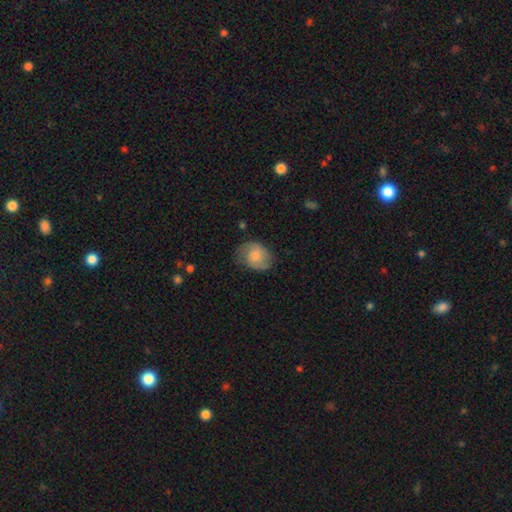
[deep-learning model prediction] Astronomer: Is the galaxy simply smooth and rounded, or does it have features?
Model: smooth — 63%.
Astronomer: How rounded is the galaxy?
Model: in between — 58% (runner-up: round, 41%).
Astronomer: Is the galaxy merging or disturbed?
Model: none — 60%.